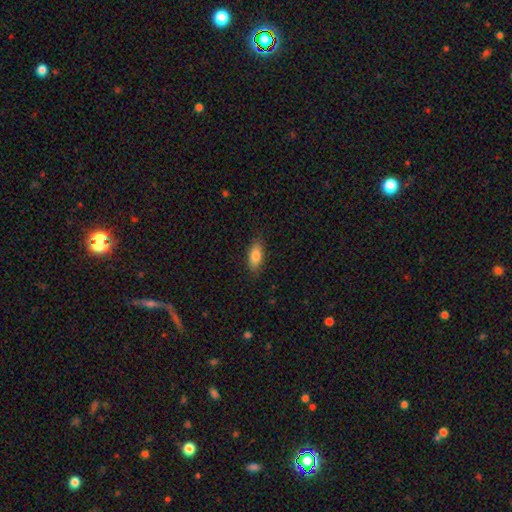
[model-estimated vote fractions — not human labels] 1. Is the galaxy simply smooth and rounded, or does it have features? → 84% smooth, 9% featured or disk, 7% star or artifact.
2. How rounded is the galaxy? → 84% in between, 13% cigar-shaped, 3% round.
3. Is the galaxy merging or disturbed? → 85% none, 12% minor disturbance, 3% major disturbance, 1% merger.